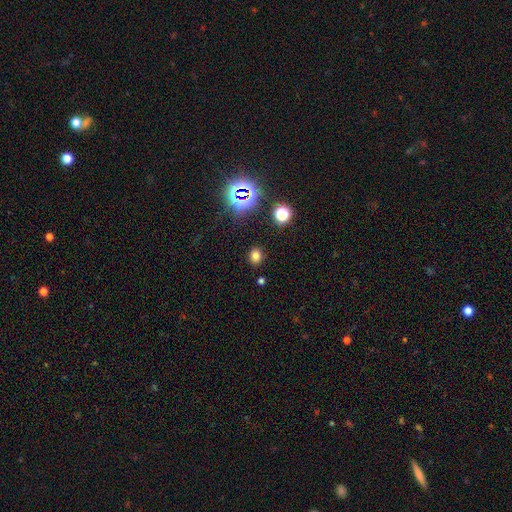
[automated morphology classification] Smooth or featured? Predicted: smooth (p=0.72). How rounded? Predicted: round (p=0.60). Merging? Predicted: none (p=0.87).